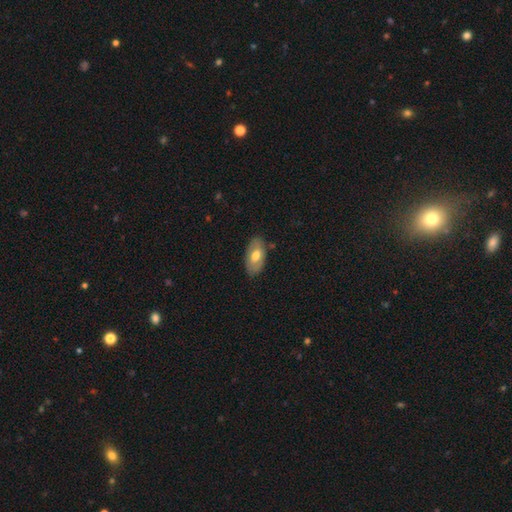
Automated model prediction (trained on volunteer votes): Smooth or featured?
  - smooth: 57% *
  - featured or disk: 37%
  - star or artifact: 6%
How rounded?
  - in between: 93% *
  - round: 4%
  - cigar-shaped: 3%
Merging?
  - none: 80% *
  - minor disturbance: 15%
  - major disturbance: 3%
  - merger: 2%